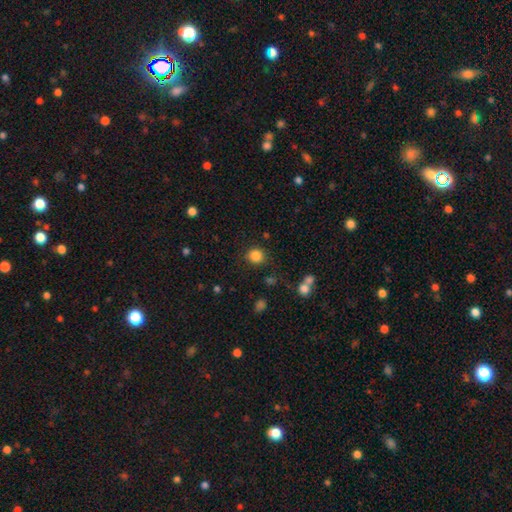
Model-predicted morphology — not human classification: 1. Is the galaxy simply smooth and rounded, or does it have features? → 85% smooth, 11% star or artifact, 4% featured or disk.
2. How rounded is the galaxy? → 87% round, 12% in between, 1% cigar-shaped.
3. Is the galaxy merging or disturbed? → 87% none, 8% minor disturbance, 3% major disturbance, 3% merger.